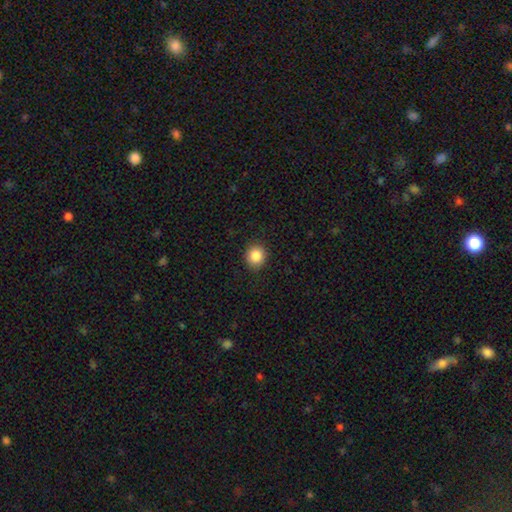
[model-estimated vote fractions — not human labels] The model was most divided on "how rounded": round: 81%, in between: 18%, cigar-shaped: 1%. More confident: merging — none (90%); smooth or featured — smooth (86%).